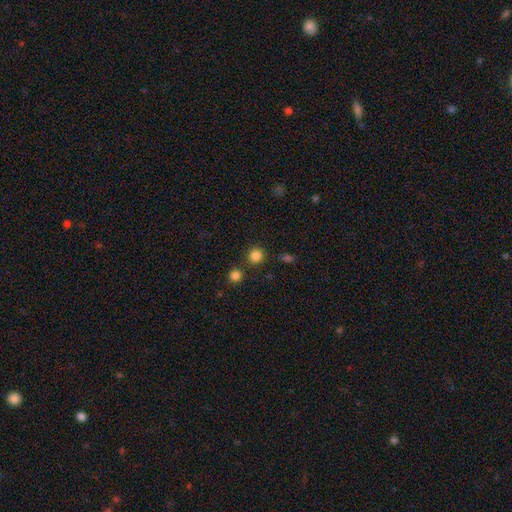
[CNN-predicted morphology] A smooth galaxy with no disk features (83%) that is round (93%). Merging: none (85%).